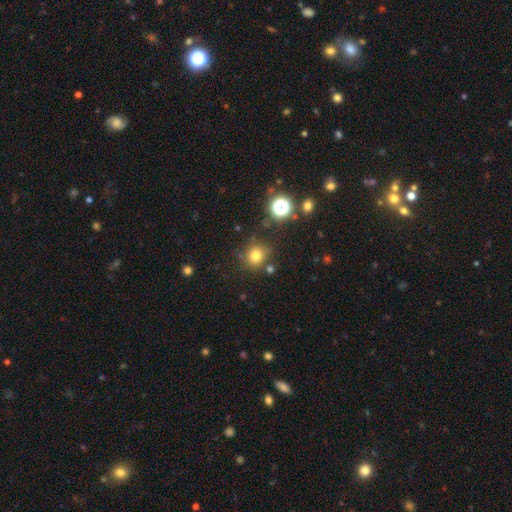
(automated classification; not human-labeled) Smooth or featured? smooth (75%)
How rounded? round (87%)
Merging? none (78%)